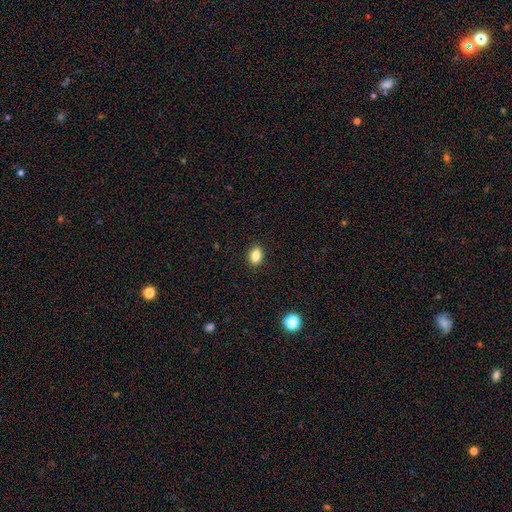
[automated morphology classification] Smooth or featured?
  - smooth: 85% *
  - star or artifact: 9%
  - featured or disk: 6%
How rounded?
  - in between: 77% *
  - round: 22%
  - cigar-shaped: 1%
Merging?
  - none: 90% *
  - minor disturbance: 7%
  - major disturbance: 2%
  - merger: 1%